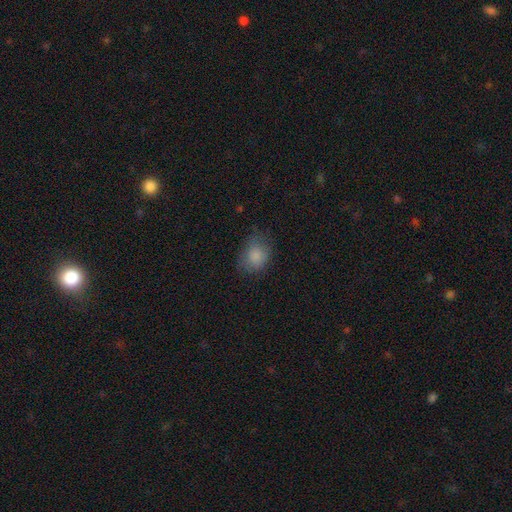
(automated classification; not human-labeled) Smooth or featured?
  - smooth: 84% *
  - star or artifact: 9%
  - featured or disk: 7%
How rounded?
  - in between: 51% *
  - round: 48%
  - cigar-shaped: 1%
Merging?
  - none: 64% *
  - minor disturbance: 25%
  - major disturbance: 9%
  - merger: 1%